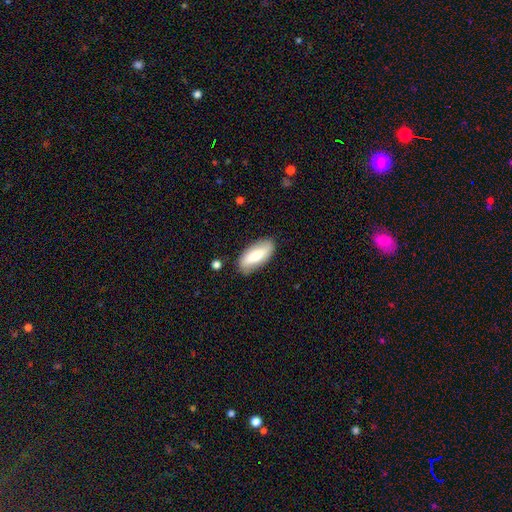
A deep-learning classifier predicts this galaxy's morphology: Q: Smooth or featured?
A: smooth (71%); runner-up: featured or disk (23%)
Q: How rounded?
A: in between (86%); runner-up: cigar-shaped (12%)
Q: Merging?
A: none (83%); runner-up: minor disturbance (12%)